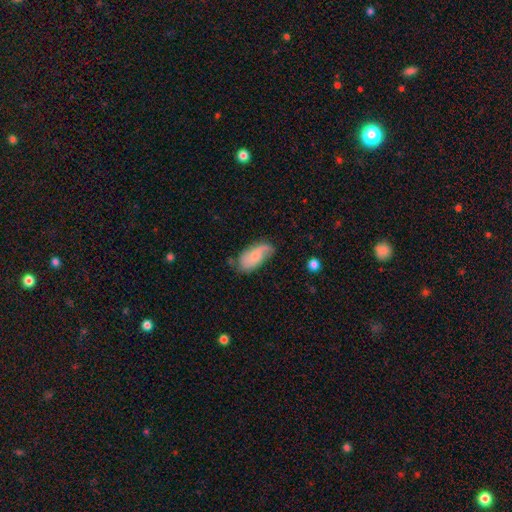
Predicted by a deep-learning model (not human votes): Smooth or featured: smooth — 53% (featured or disk — 40%)
How rounded: in between — 90% (cigar-shaped — 7%)
Merging: none — 52% (minor disturbance — 31%)